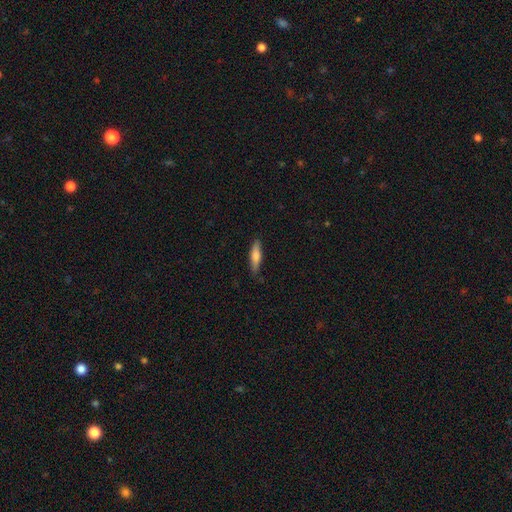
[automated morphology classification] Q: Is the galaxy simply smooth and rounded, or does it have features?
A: smooth — 71%.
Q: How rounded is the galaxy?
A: cigar-shaped — 71%.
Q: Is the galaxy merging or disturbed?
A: none — 84%.